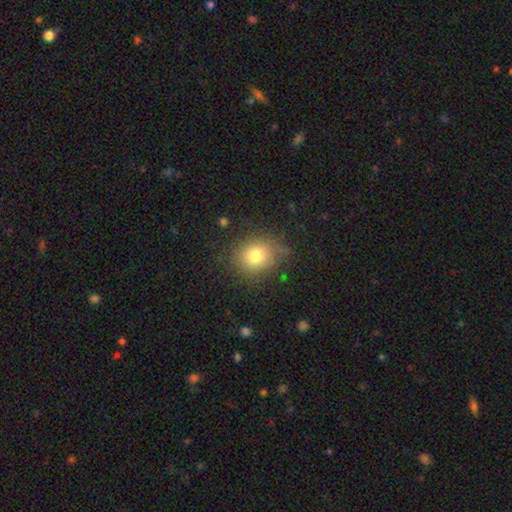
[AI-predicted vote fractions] Overall: smooth (77%). How rounded: round (69%; in between 30%). Merging: none (72%).